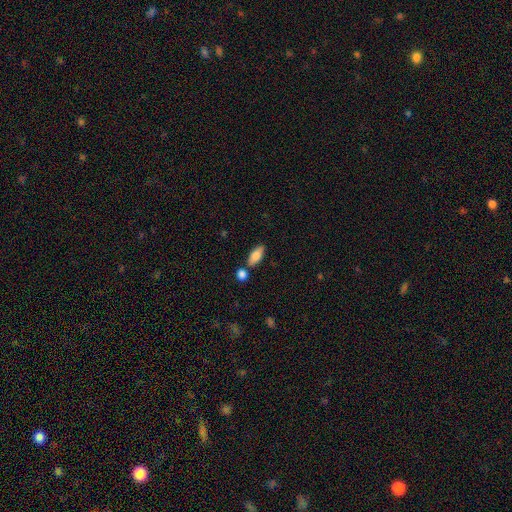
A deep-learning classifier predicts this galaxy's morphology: Q: Smooth or featured?
A: smooth (80%); runner-up: featured or disk (13%)
Q: How rounded?
A: in between (81%); runner-up: cigar-shaped (16%)
Q: Merging?
A: none (71%); runner-up: merger (14%)